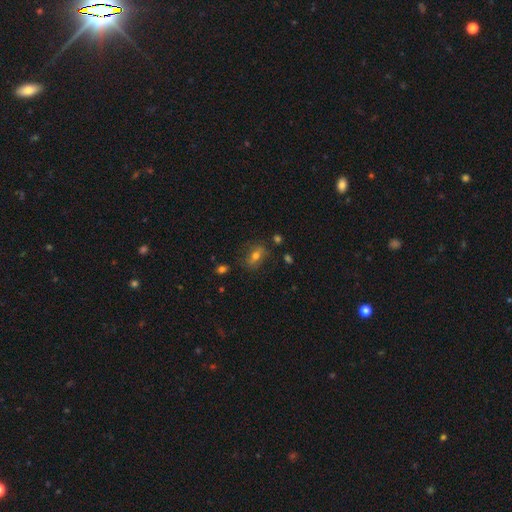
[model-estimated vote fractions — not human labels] This is possibly a smooth galaxy (56%). How rounded: likely in between (71%). Merging: likely none (74%).